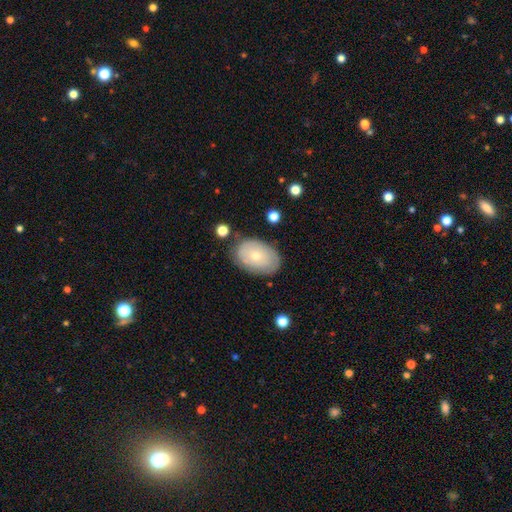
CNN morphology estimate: Overall: smooth (57%; featured or disk 36%). How rounded: in between (86%). Merging: none (78%).